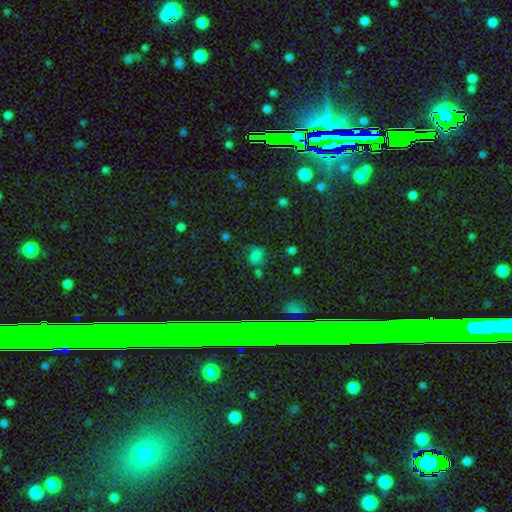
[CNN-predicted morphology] The model was most divided on "how rounded": round: 53%, in between: 44%, cigar-shaped: 2%. More confident: merging — none (65%); smooth or featured — smooth (59%).